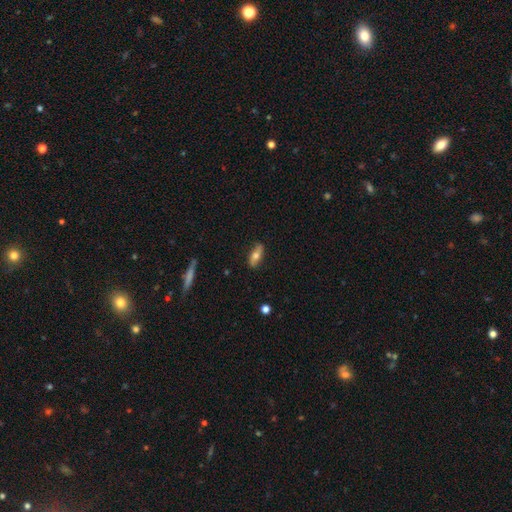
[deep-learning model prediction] Morphology: type=smooth (59%); roundness=in between (70%); merging=none (82%).